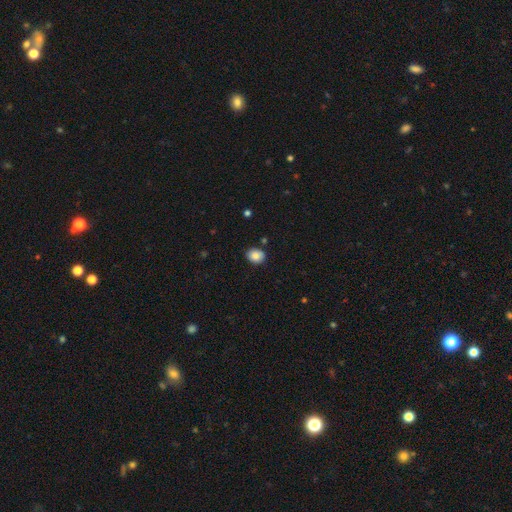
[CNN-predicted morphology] The model was most divided on "how rounded": round: 51%, in between: 48%, cigar-shaped: 1%. More confident: merging — none (84%); smooth or featured — smooth (83%).